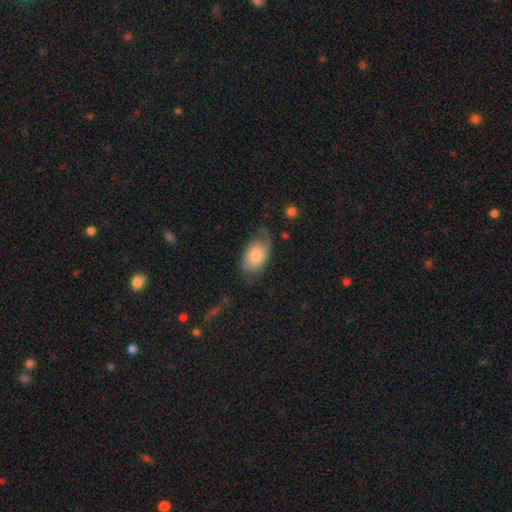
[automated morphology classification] A smooth galaxy with no disk features (53%) that is in between round and cigar-shaped (91%).

Vote fractions:
- Smooth or featured? smooth: 53% / featured or disk: 40% / star or artifact: 7%
- How rounded? in between: 91% / round: 7% / cigar-shaped: 2%
- Merging? none: 54% / minor disturbance: 28% / major disturbance: 16% / merger: 2%